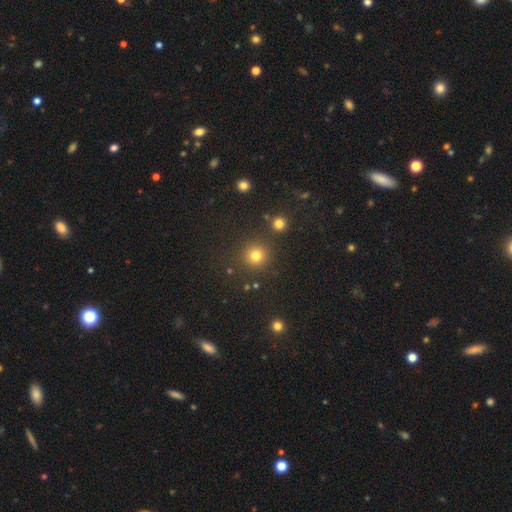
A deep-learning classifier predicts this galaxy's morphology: This appears to be a smooth galaxy with no disk features (78%) that is round (93%). Merging: none (86%).